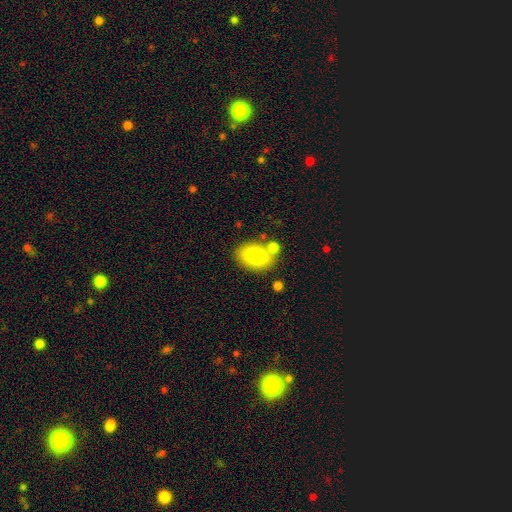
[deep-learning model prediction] Q: Smooth or featured?
A: smooth (79%); runner-up: featured or disk (13%)
Q: How rounded?
A: in between (76%); runner-up: round (23%)
Q: Merging?
A: none (70%); runner-up: minor disturbance (14%)